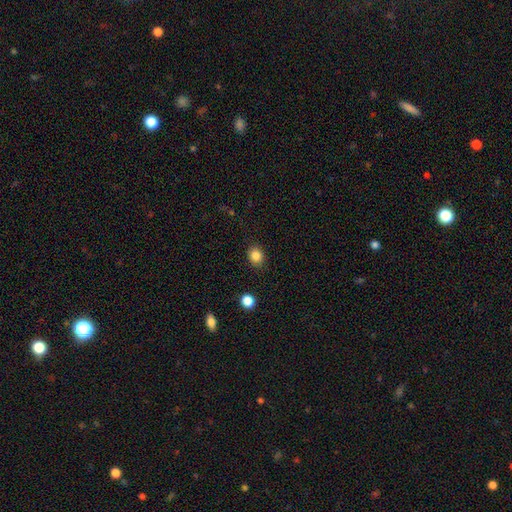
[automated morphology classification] The model was most divided on "how rounded": round: 63%, in between: 36%, cigar-shaped: 1%. More confident: merging — none (88%); smooth or featured — smooth (85%).